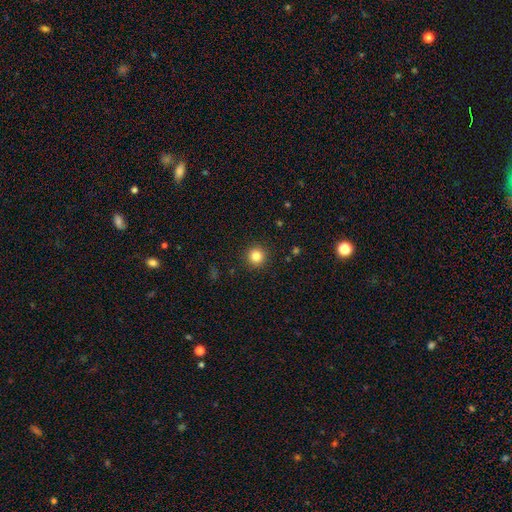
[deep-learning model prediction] This appears to be a smooth galaxy with no disk features (83%) that is round (95%). Merging: none (92%).